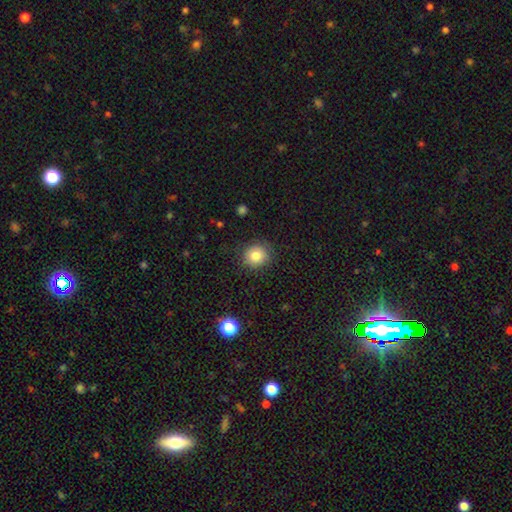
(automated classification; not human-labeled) Morphology: type=smooth (82%); roundness=round (86%); merging=none (87%).